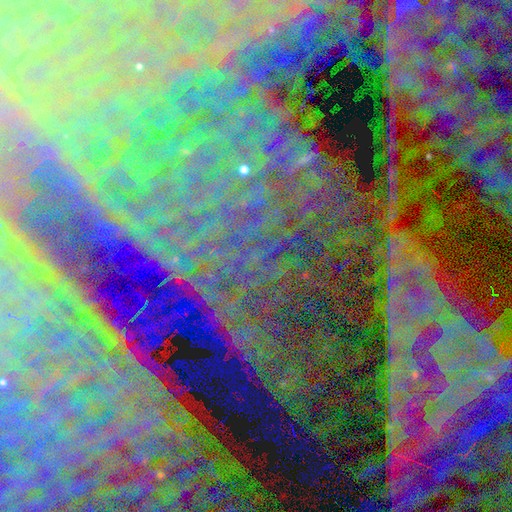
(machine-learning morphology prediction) smooth-or-featured: star or artifact: 83% | featured or disk: 10% | smooth: 7%